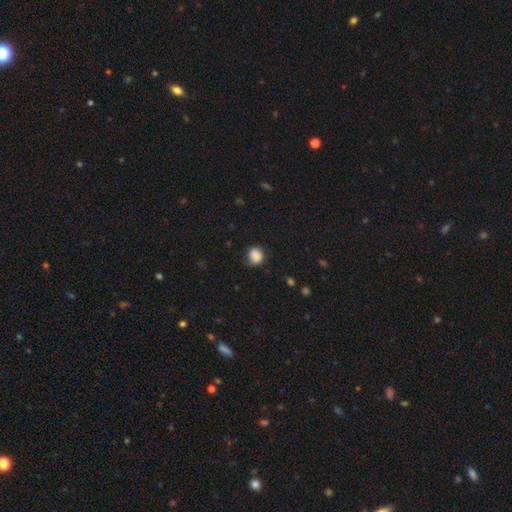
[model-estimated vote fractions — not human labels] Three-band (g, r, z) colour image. It shows a smooth galaxy with no disk features (87%) that is round (75%). Merging: none (73%).